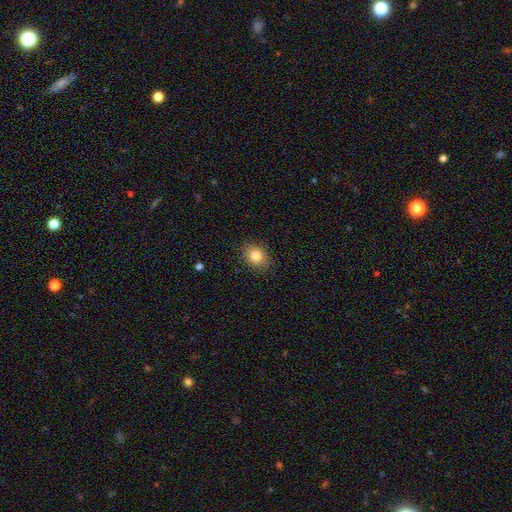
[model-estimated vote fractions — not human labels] The model was most divided on "how rounded": round: 55%, in between: 44%, cigar-shaped: 1%. More confident: merging — none (86%); smooth or featured — smooth (82%).